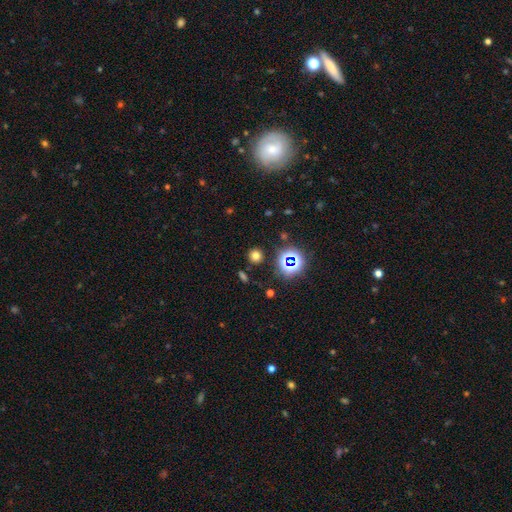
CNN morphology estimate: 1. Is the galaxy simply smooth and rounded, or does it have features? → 66% smooth, 27% star or artifact, 7% featured or disk.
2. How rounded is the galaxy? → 90% round, 9% in between, 1% cigar-shaped.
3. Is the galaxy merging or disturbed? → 87% none, 7% minor disturbance, 3% merger, 3% major disturbance.